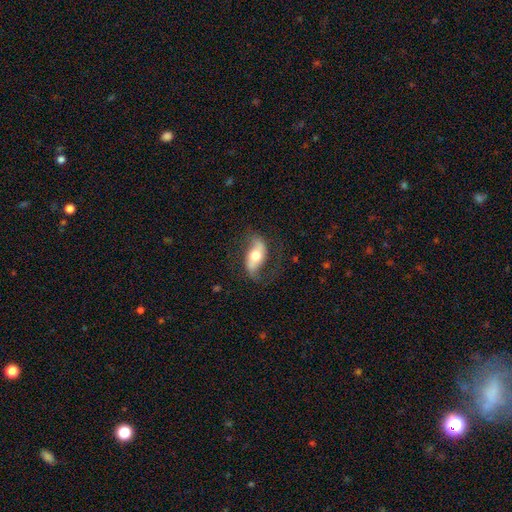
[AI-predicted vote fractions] smooth_or_featured: featured or disk (p=0.63) [alt: smooth p=0.31]
disk_edge_on: no (p=0.87) [alt: yes p=0.13]
bar: no (p=0.40) [alt: strong p=0.32]
has_spiral_arms: yes (p=0.82) [alt: no p=0.18]
bulge_size: moderate (p=0.68) [alt: large p=0.17]
merging: none (p=0.68) [alt: minor disturbance p=0.19]